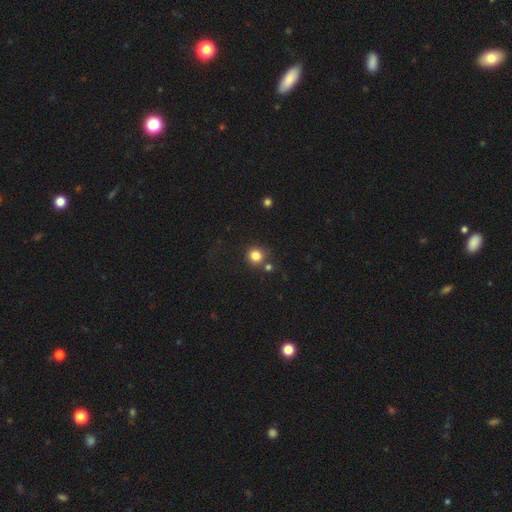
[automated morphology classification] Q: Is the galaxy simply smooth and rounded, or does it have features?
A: smooth — 83%.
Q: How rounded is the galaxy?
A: round — 92%.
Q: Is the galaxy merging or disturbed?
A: none — 76%.